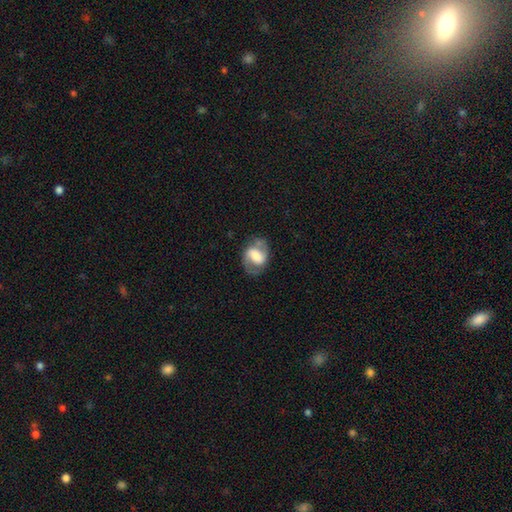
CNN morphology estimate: Smooth or featured?
  - featured or disk: 66% *
  - smooth: 27%
  - star or artifact: 7%
Edge-on disk?
  - no: 97% *
  - yes: 3%
Bar?
  - weak: 39% *
  - strong: 37%
  - no: 24%
Spiral arms?
  - yes: 80% *
  - no: 20%
Spiral winding?
  - medium: 49% *
  - tight: 26%
  - loose: 25%
Spiral arm count?
  - 2: 86% *
  - can't tell: 7%
  - 1: 4%
  - 3: 1%
  - 4: 1%
  - more than 4: 1%
Bulge size?
  - large: 39% *
  - moderate: 28%
  - small: 17%
  - none: 10%
  - dominant: 7%
Merging?
  - none: 68% *
  - minor disturbance: 19%
  - major disturbance: 10%
  - merger: 2%